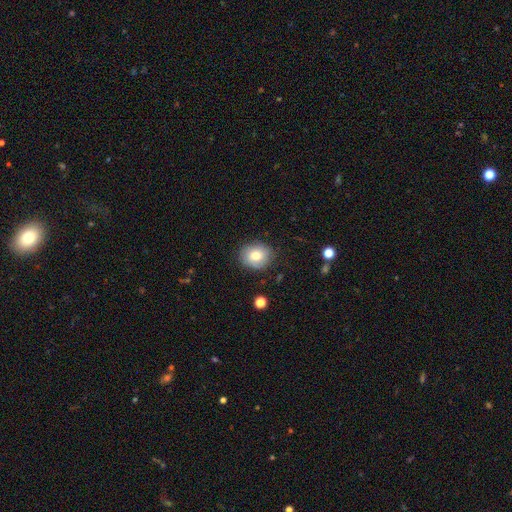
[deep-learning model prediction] A smooth galaxy with no disk features (77%) that is round (67%).

Vote fractions:
- Smooth or featured? smooth: 77% / featured or disk: 14% / star or artifact: 9%
- How rounded? round: 67% / in between: 32% / cigar-shaped: 1%
- Merging? none: 83% / minor disturbance: 13% / major disturbance: 3% / merger: 1%